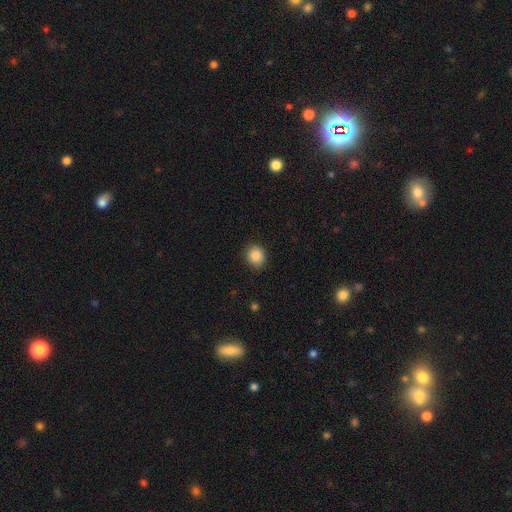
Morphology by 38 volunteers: smooth 92%, featured or disk 5%, star or artifact 3%. Down the decision tree: how rounded — round (66%); merging — none (84%).